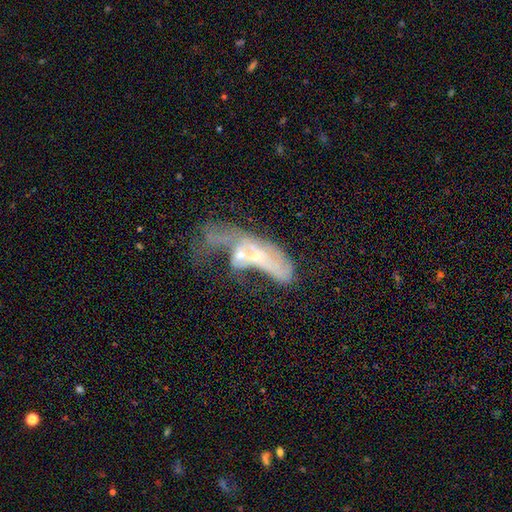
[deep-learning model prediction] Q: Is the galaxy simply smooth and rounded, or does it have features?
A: featured or disk — 64%.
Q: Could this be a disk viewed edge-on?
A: no — 88%.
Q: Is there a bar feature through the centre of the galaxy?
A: no — 79%.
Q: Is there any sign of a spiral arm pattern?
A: no — 65%.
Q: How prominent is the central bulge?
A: small — 52%.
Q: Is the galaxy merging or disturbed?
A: merger — 54%.